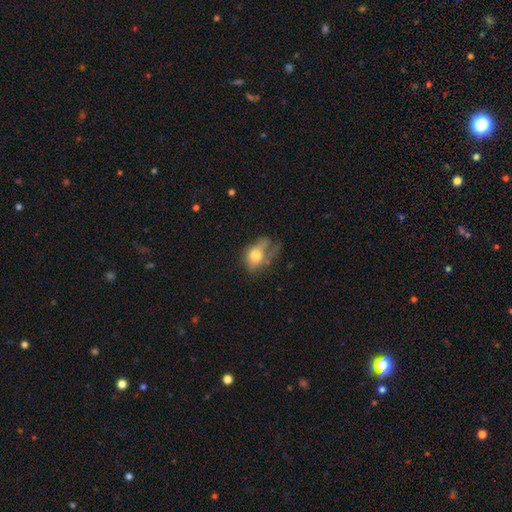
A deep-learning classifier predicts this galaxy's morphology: type=smooth (59%); roundness=in between (70%); merging=major disturbance (48%).